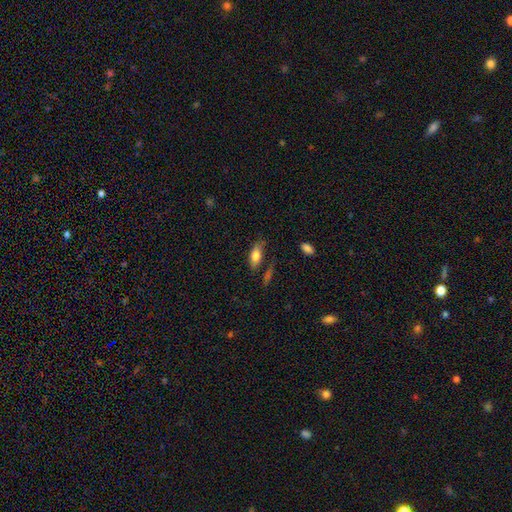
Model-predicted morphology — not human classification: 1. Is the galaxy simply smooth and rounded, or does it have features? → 75% smooth, 18% featured or disk, 7% star or artifact.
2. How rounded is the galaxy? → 78% in between, 19% cigar-shaped, 3% round.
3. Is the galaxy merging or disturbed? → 73% none, 18% minor disturbance, 5% major disturbance, 4% merger.